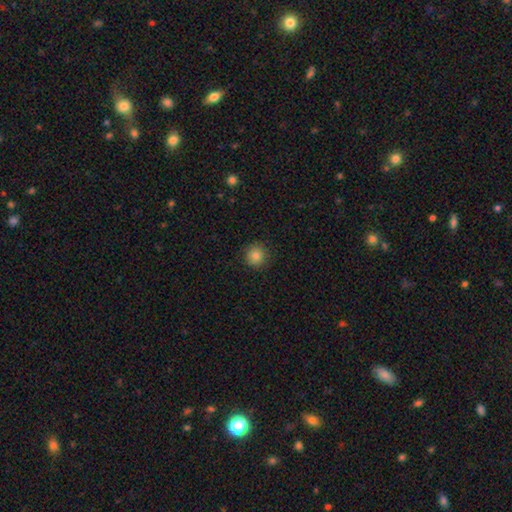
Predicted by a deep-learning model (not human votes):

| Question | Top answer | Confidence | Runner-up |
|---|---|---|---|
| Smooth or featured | smooth | 84% | star or artifact (11%) |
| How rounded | round | 93% | in between (6%) |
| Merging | none | 89% | minor disturbance (8%) |